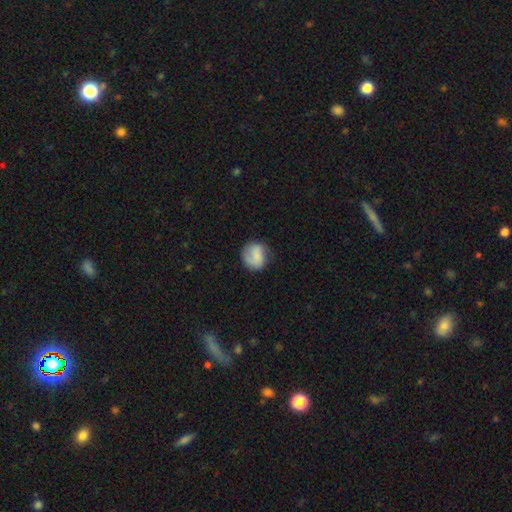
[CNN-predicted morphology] A smooth galaxy with no disk features (73%) that is round (81%).

Vote fractions:
- Smooth or featured? smooth: 73% / featured or disk: 20% / star or artifact: 7%
- How rounded? round: 81% / in between: 18% / cigar-shaped: 1%
- Merging? none: 71% / minor disturbance: 21% / major disturbance: 7% / merger: 1%